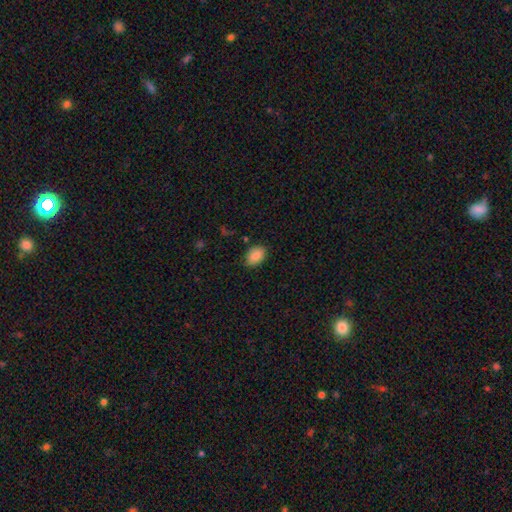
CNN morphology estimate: Smooth or featured? Predicted: smooth (p=0.88). How rounded? Predicted: in between (p=0.83). Merging? Predicted: none (p=0.82).